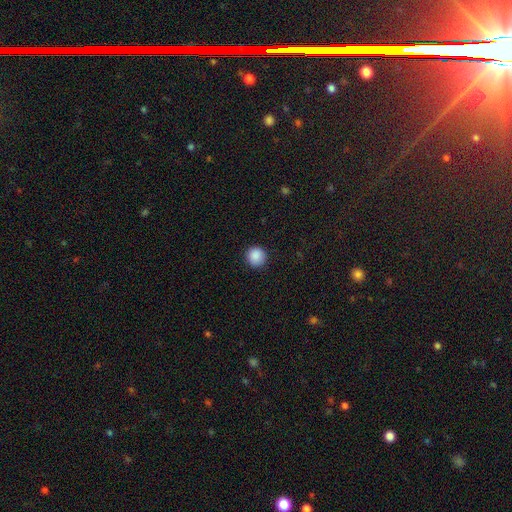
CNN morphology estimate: Smooth or featured: smooth — 89% (star or artifact — 9%)
How rounded: round — 95% (in between — 4%)
Merging: none — 92% (minor disturbance — 6%)